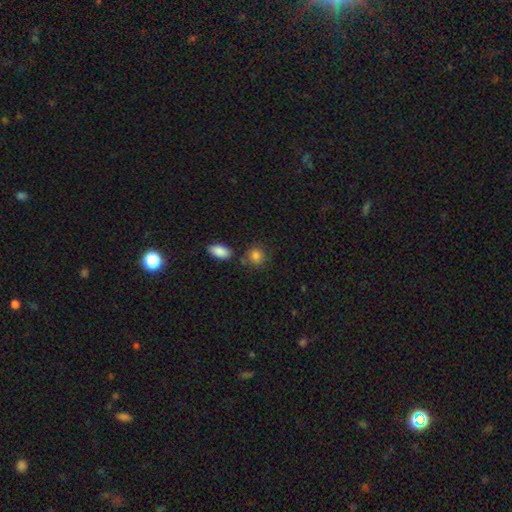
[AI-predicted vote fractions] A smooth galaxy with no disk features (85%) that is round (74%).

Vote fractions:
- Smooth or featured? smooth: 85% / star or artifact: 9% / featured or disk: 6%
- How rounded? round: 74% / in between: 24% / cigar-shaped: 2%
- Merging? none: 71% / minor disturbance: 14% / merger: 11% / major disturbance: 4%